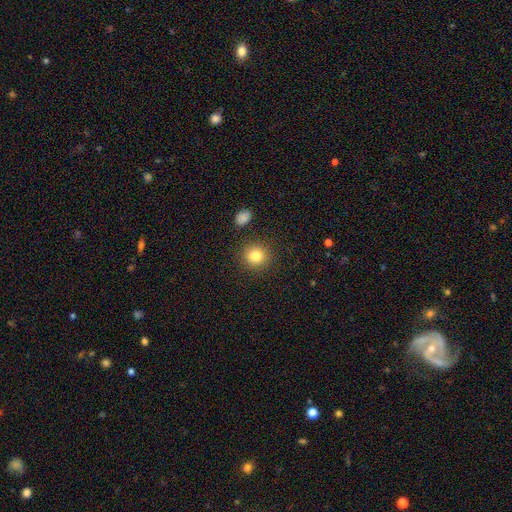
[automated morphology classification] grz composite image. It shows a smooth galaxy with no disk features (82%) that is round (87%). Merging: none (88%).